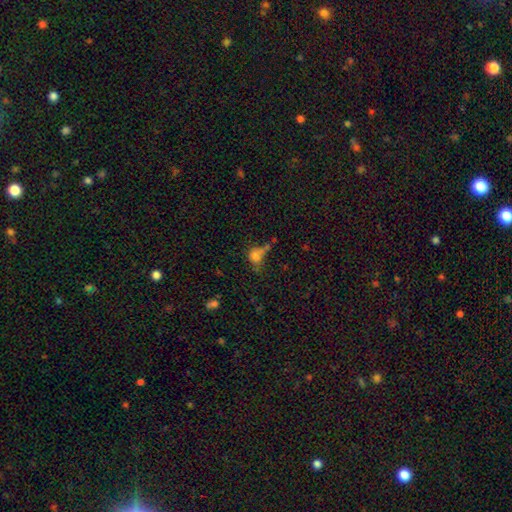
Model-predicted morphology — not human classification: Smooth or featured? smooth (74%)
How rounded? round (60%)
Merging? none (36%)